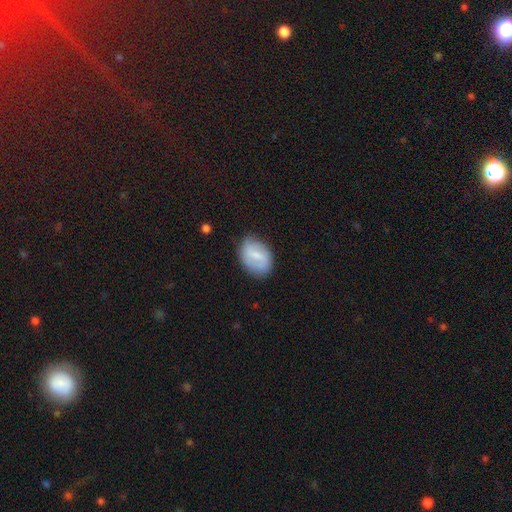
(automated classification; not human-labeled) This is possibly a smooth galaxy (55%). How rounded: likely in between (79%). Merging: likely none (73%).